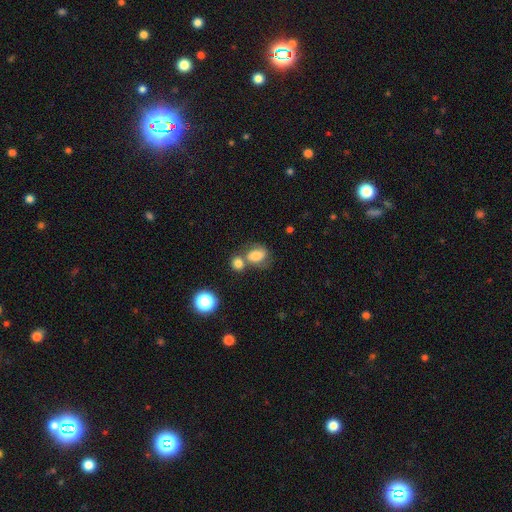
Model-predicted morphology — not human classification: A smooth galaxy with no disk features (70%) that is in between round and cigar-shaped (63%).

Vote fractions:
- Smooth or featured? smooth: 70% / featured or disk: 19% / star or artifact: 11%
- How rounded? in between: 63% / round: 36% / cigar-shaped: 2%
- Merging? merger: 43% / none: 35% / minor disturbance: 14% / major disturbance: 8%